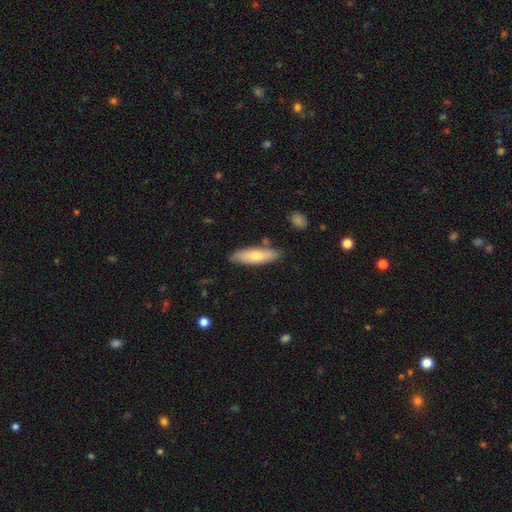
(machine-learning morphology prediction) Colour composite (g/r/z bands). It shows a smooth galaxy with no disk features (70%) that is cigar-shaped (51%). Merging: none (78%).